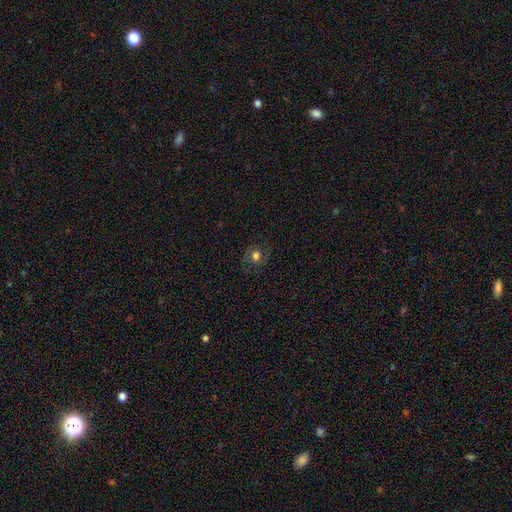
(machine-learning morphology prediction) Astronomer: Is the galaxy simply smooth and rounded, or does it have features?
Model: smooth — 61%.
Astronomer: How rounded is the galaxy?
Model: round — 80%.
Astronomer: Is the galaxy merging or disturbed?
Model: none — 79%.